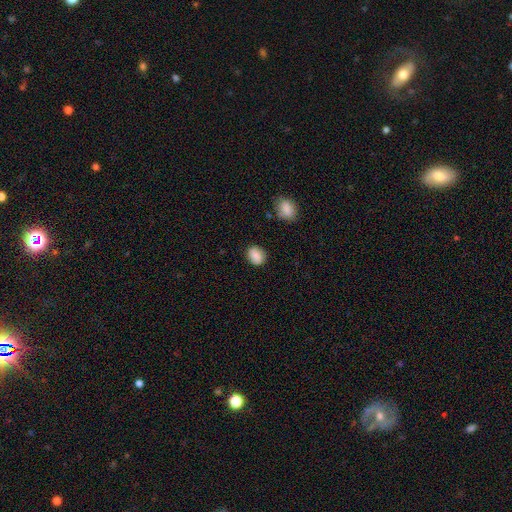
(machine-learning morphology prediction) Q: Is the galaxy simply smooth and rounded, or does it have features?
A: smooth — 86%.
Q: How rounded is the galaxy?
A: in between — 57%.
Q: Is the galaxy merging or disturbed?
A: none — 83%.